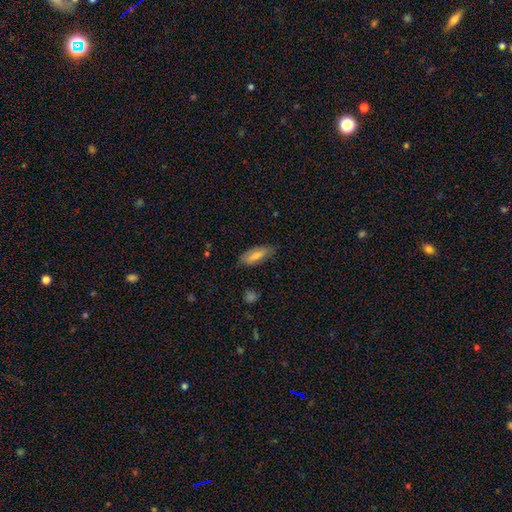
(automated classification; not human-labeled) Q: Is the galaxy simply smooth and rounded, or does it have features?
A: smooth — 73%.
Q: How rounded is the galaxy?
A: in between — 69%.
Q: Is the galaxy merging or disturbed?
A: none — 78%.